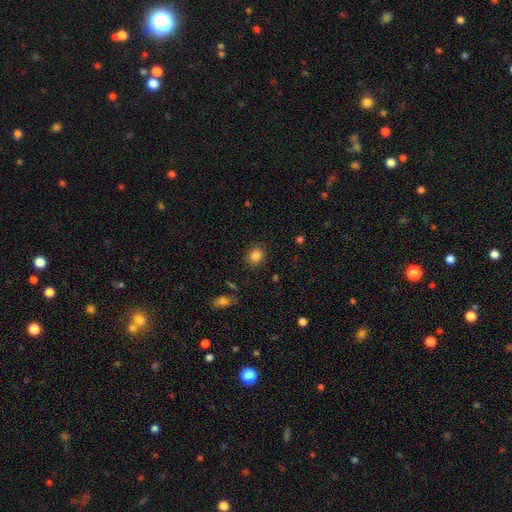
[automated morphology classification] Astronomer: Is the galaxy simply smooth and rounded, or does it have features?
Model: smooth — 85%.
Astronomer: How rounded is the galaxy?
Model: round — 75%.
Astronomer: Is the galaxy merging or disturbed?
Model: none — 87%.